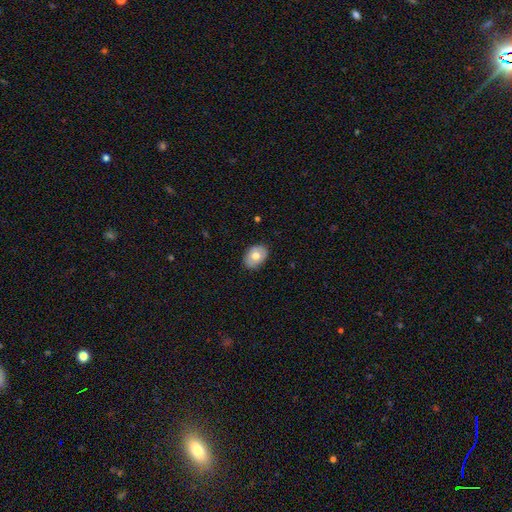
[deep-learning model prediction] The model was most divided on "smooth or featured": smooth: 67%, featured or disk: 26%, star or artifact: 7%. More confident: merging — none (86%); how rounded — in between (77%).